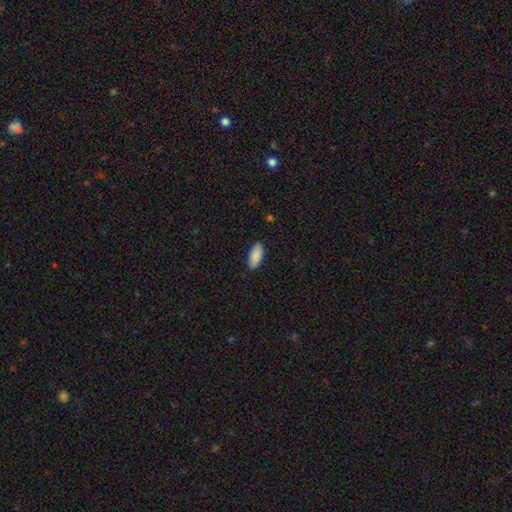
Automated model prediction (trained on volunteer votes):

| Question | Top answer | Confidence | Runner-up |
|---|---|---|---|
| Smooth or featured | smooth | 90% | star or artifact (6%) |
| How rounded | in between | 88% | cigar-shaped (11%) |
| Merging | none | 88% | minor disturbance (9%) |